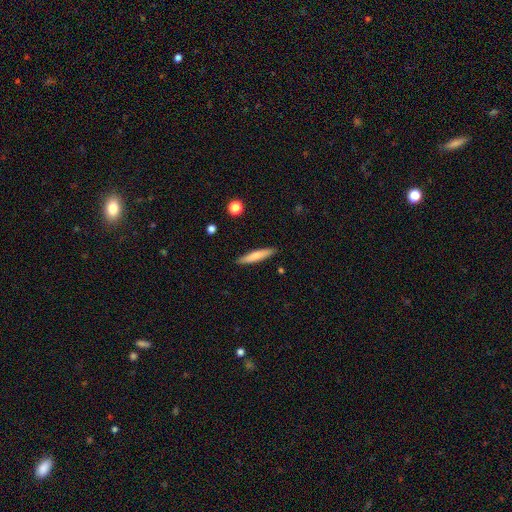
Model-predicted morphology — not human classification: The model was most divided on "smooth or featured": smooth: 72%, featured or disk: 22%, star or artifact: 6%. More confident: merging — none (90%); how rounded — cigar-shaped (89%).